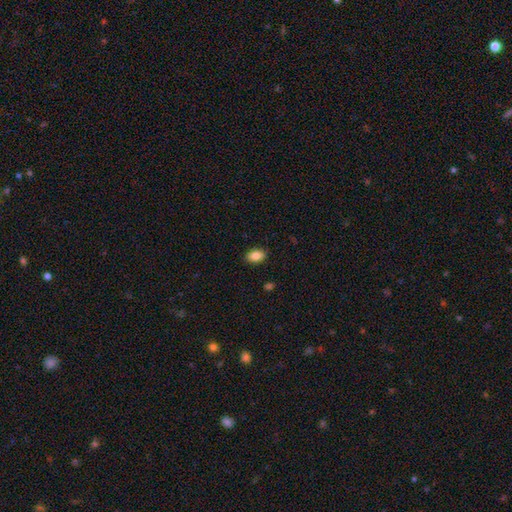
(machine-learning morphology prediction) Smooth or featured? Predicted: smooth (p=0.86). How rounded? Predicted: in between (p=0.84). Merging? Predicted: none (p=0.89).